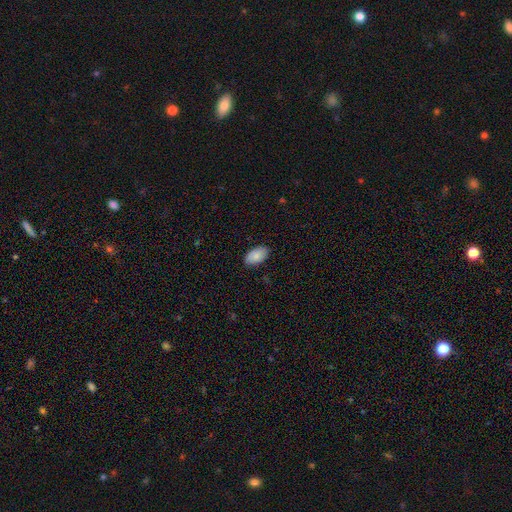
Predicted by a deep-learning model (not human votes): Smooth or featured? Predicted: smooth (p=0.84). How rounded? Predicted: in between (p=0.95). Merging? Predicted: none (p=0.85).